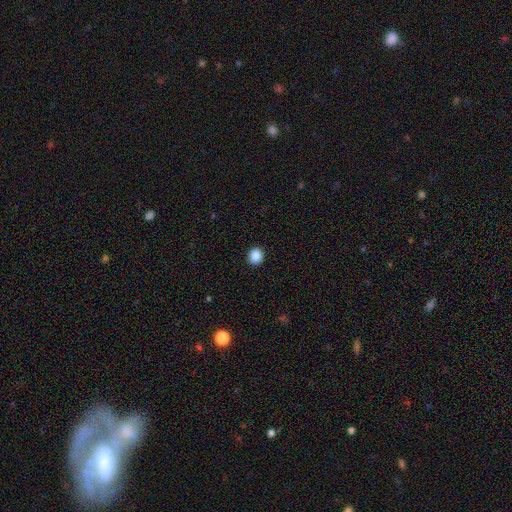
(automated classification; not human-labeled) Smooth or featured? smooth (88%)
How rounded? round (73%)
Merging? none (92%)